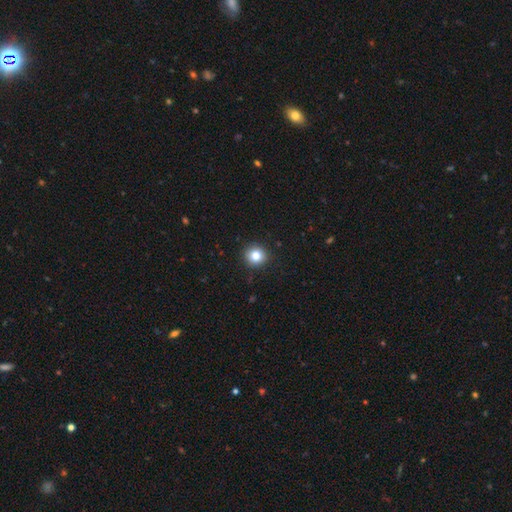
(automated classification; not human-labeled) This appears to be a smooth galaxy with no disk features (82%) that is round (91%). Merging: none (91%).